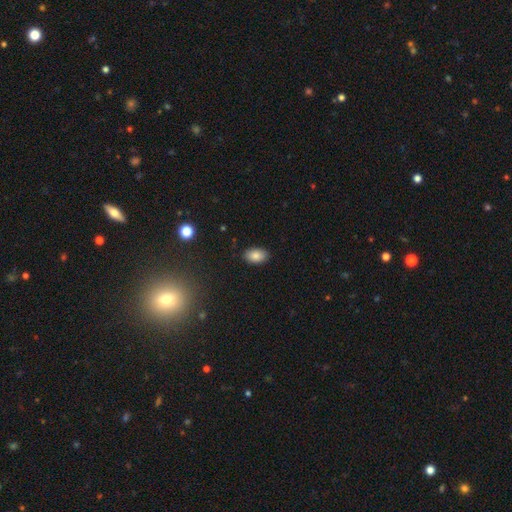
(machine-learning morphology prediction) type=smooth (85%); roundness=in between (91%); merging=none (87%).